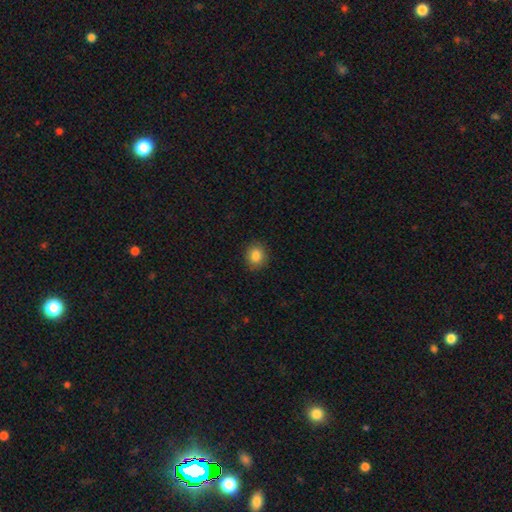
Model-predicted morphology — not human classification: Smooth or featured?
  - smooth: 85% *
  - star or artifact: 10%
  - featured or disk: 5%
How rounded?
  - round: 75% *
  - in between: 24%
  - cigar-shaped: 1%
Merging?
  - none: 89% *
  - minor disturbance: 8%
  - major disturbance: 2%
  - merger: 1%